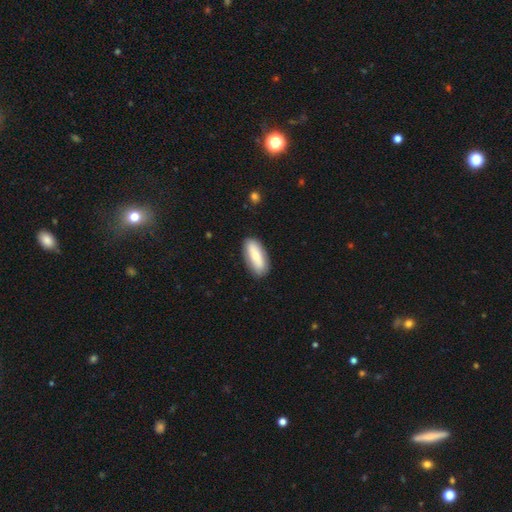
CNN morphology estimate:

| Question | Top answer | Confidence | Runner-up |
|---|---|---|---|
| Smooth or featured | smooth | 72% | featured or disk (23%) |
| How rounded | in between | 79% | cigar-shaped (19%) |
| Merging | none | 86% | minor disturbance (11%) |